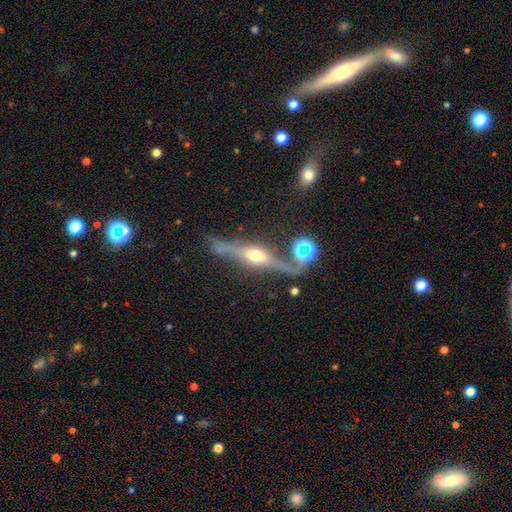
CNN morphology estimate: Smooth or featured?
  - featured or disk: 79% *
  - smooth: 12%
  - star or artifact: 9%
Edge-on disk?
  - yes: 91% *
  - no: 9%
Edge-on bulge?
  - rounded: 91% *
  - boxy: 6%
  - none: 3%
Merging?
  - none: 68% *
  - minor disturbance: 17%
  - major disturbance: 8%
  - merger: 7%